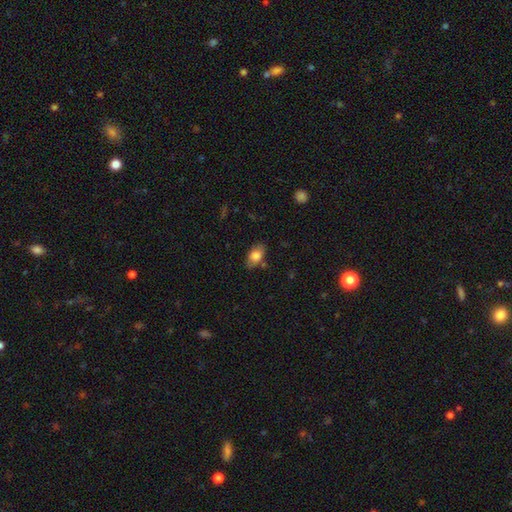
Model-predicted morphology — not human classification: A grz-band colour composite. It shows a smooth galaxy with no disk features (78%) that is in between round and cigar-shaped (90%). Merging: none (77%).